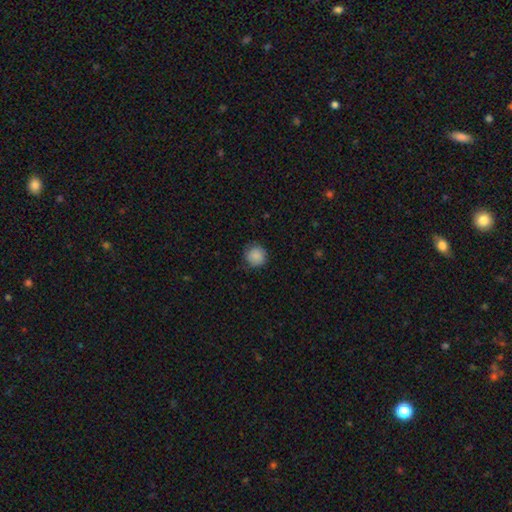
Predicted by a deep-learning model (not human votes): Smooth or featured? Predicted: smooth (p=0.88). How rounded? Predicted: round (p=0.93). Merging? Predicted: none (p=0.85).